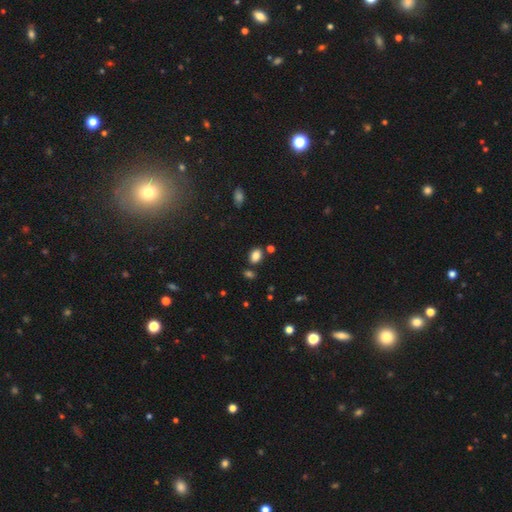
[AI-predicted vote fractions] This is clearly a smooth galaxy (83%). How rounded: likely in between (70%). Merging: likely none (77%).